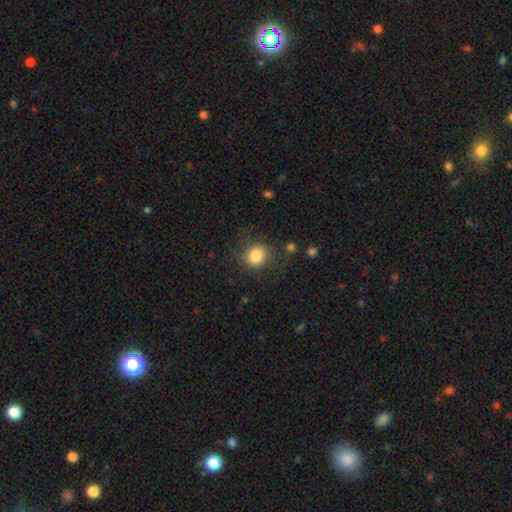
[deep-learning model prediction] A smooth galaxy with no disk features (84%) that is round (70%).

Vote fractions:
- Smooth or featured? smooth: 84% / star or artifact: 10% / featured or disk: 6%
- How rounded? round: 70% / in between: 29% / cigar-shaped: 1%
- Merging? none: 80% / minor disturbance: 13% / major disturbance: 5% / merger: 2%